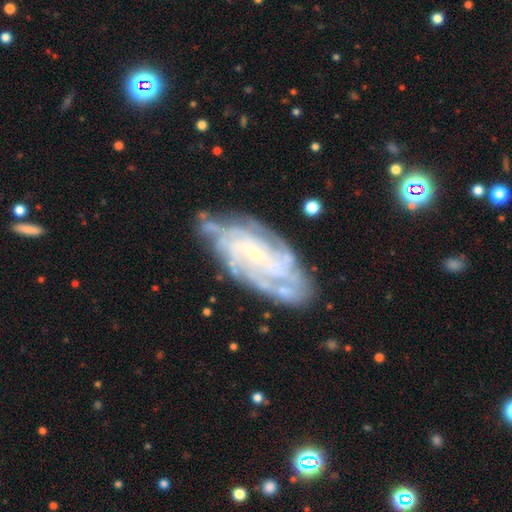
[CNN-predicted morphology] Q: Smooth or featured?
A: featured or disk (86%); runner-up: smooth (7%)
Q: Edge-on disk?
A: no (94%); runner-up: yes (6%)
Q: Bar?
A: no (56%); runner-up: weak (32%)
Q: Spiral arms?
A: yes (96%); runner-up: no (4%)
Q: Spiral winding?
A: tight (67%); runner-up: medium (27%)
Q: Spiral arm count?
A: can't tell (30%); runner-up: 4 (27%)
Q: Bulge size?
A: small (82%); runner-up: moderate (12%)
Q: Merging?
A: none (72%); runner-up: minor disturbance (19%)